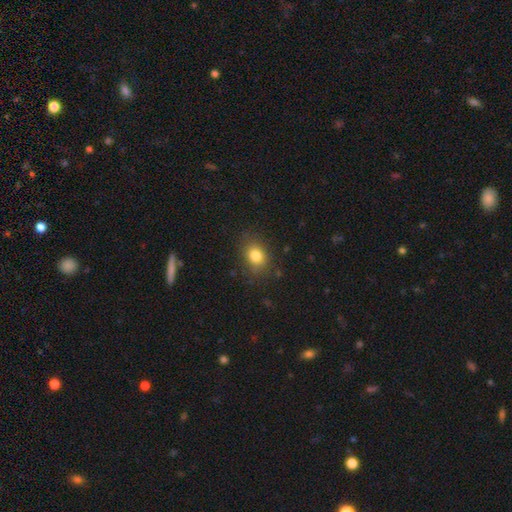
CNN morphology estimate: smooth-or-featured: smooth: 82% | star or artifact: 10% | featured or disk: 8%
  how-rounded: in between: 56% | round: 43% | cigar-shaped: 1%
  merging: none: 81% | minor disturbance: 13% | major disturbance: 4% | merger: 1%